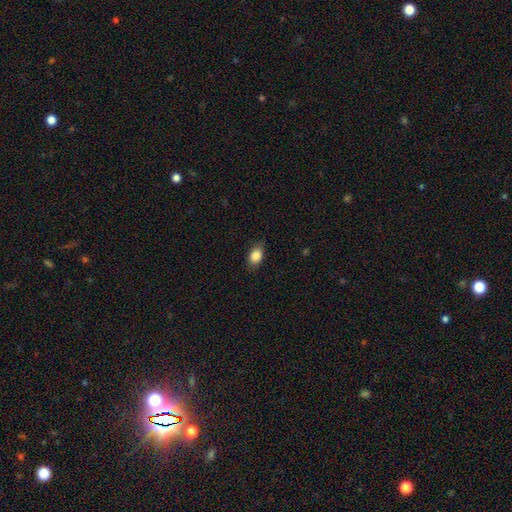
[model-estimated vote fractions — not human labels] Smooth or featured? smooth (86%)
How rounded? in between (79%)
Merging? none (79%)